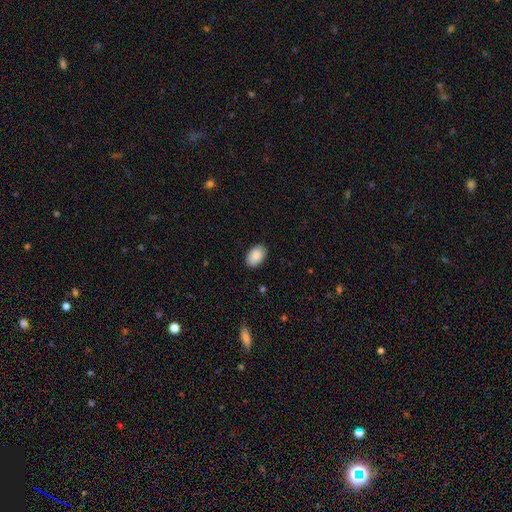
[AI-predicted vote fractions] Smooth or featured? smooth (90%)
How rounded? in between (91%)
Merging? none (88%)